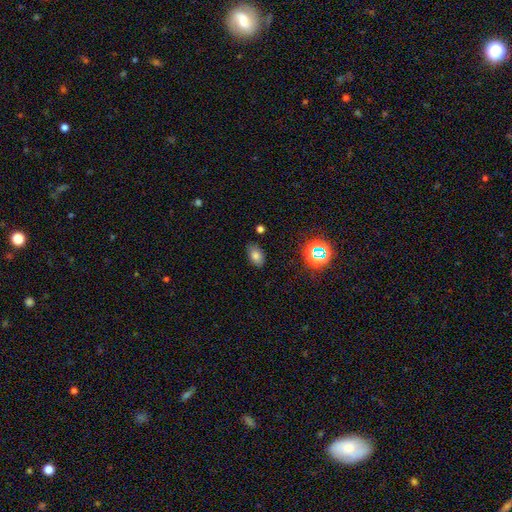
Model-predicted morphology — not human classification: smooth 76%, star or artifact 15%, featured or disk 9%. Down the decision tree: how rounded — in between (88%); merging — none (83%).